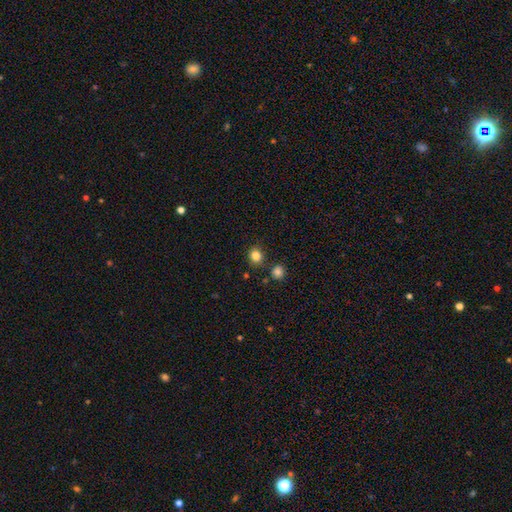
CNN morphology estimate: smooth_or_featured: smooth (p=0.84) [alt: star or artifact p=0.12]
how_rounded: round (p=0.82) [alt: in between p=0.17]
merging: none (p=0.82) [alt: minor disturbance p=0.09]